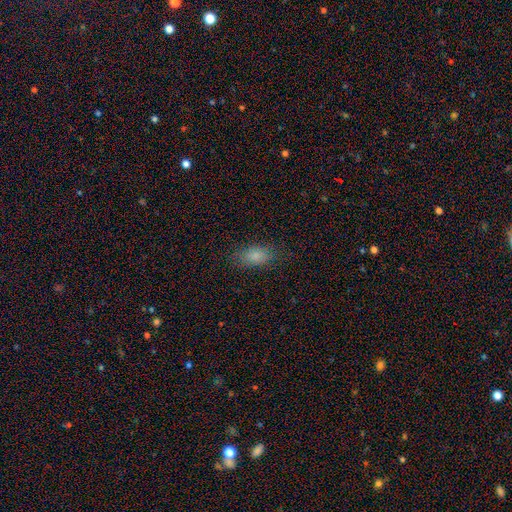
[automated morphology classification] type=smooth (82%); roundness=in between (87%); merging=none (80%).